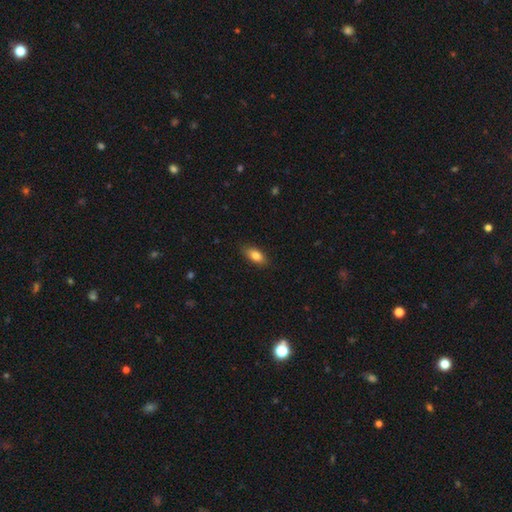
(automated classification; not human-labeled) This is clearly a smooth galaxy (82%). How rounded: clearly in between (84%). Merging: clearly none (85%).